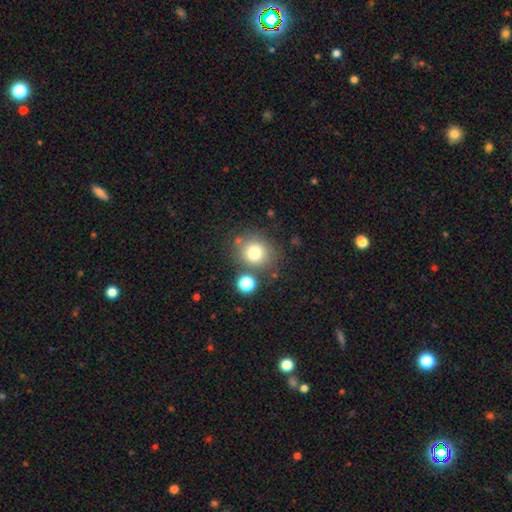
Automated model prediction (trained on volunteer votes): Smooth or featured?
  - smooth: 75% *
  - star or artifact: 15%
  - featured or disk: 10%
How rounded?
  - round: 84% *
  - in between: 15%
  - cigar-shaped: 1%
Merging?
  - none: 77% *
  - minor disturbance: 10%
  - merger: 10%
  - major disturbance: 4%